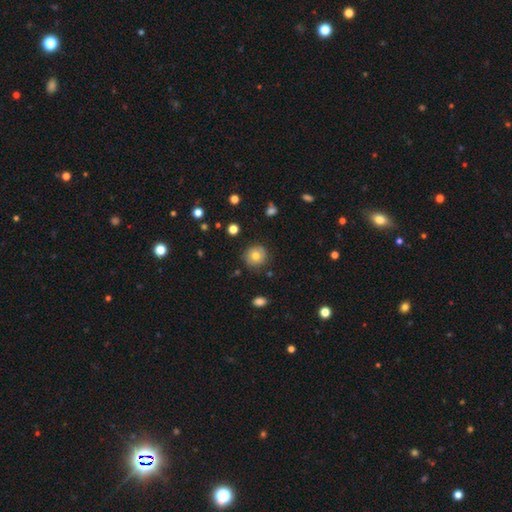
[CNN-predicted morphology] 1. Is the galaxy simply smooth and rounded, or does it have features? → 72% smooth, 18% featured or disk, 10% star or artifact.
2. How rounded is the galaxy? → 92% round, 8% in between, 1% cigar-shaped.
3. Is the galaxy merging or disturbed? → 84% none, 11% minor disturbance, 3% major disturbance, 2% merger.